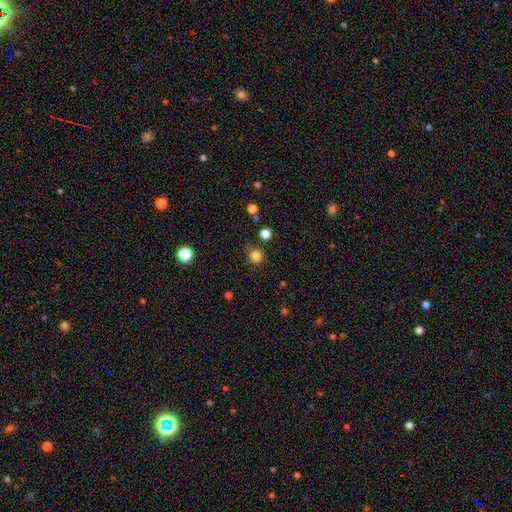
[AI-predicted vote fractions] Q: Smooth or featured?
A: smooth (81%); runner-up: star or artifact (14%)
Q: How rounded?
A: round (89%); runner-up: in between (10%)
Q: Merging?
A: none (79%); runner-up: minor disturbance (14%)